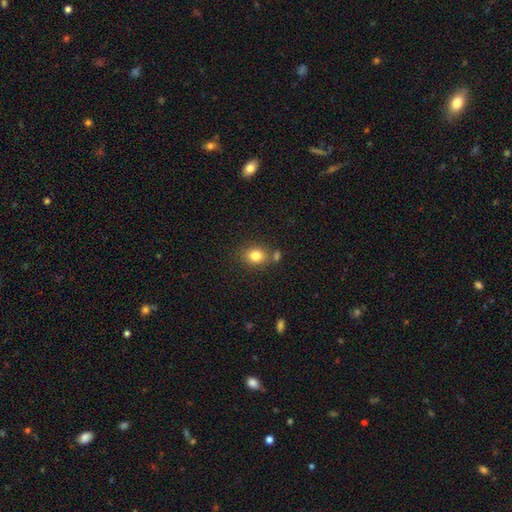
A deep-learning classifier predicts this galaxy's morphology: This appears to be a smooth galaxy with no disk features (81%) that is round (52%). Merging: none (70%).